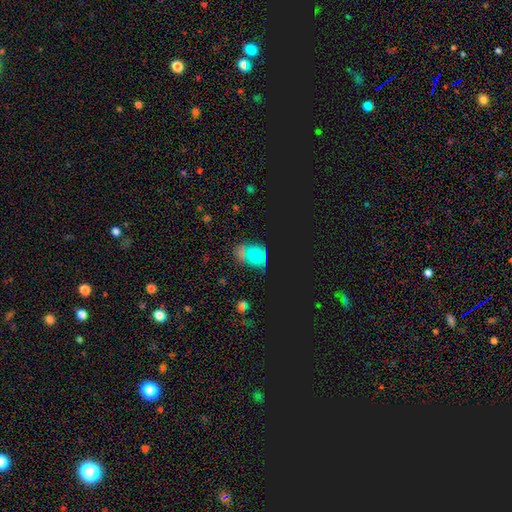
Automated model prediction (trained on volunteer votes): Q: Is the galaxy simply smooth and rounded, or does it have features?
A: smooth — 44%.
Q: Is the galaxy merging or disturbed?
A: none — 62%.